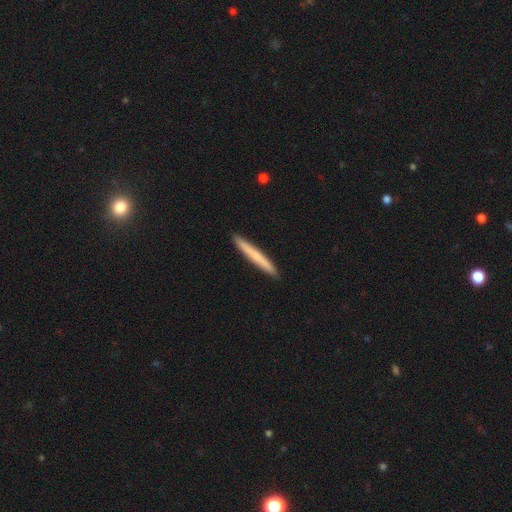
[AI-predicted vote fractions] Overall: smooth (62%; featured or disk 33%). How rounded: cigar-shaped (97%). Merging: none (93%).